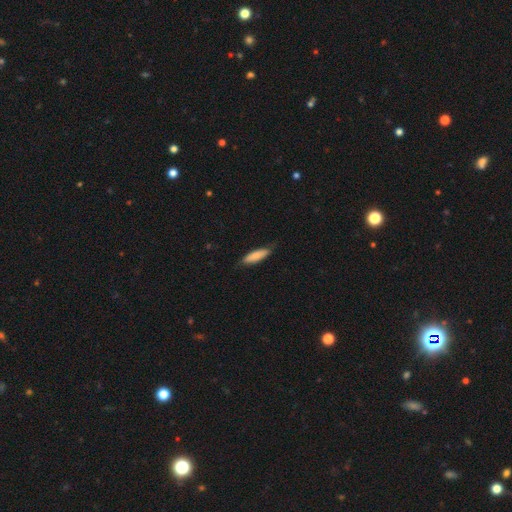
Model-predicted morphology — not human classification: The model was most divided on "how rounded": cigar-shaped: 56%, in between: 42%, round: 2%. More confident: smooth or featured — smooth (80%); merging — none (78%).